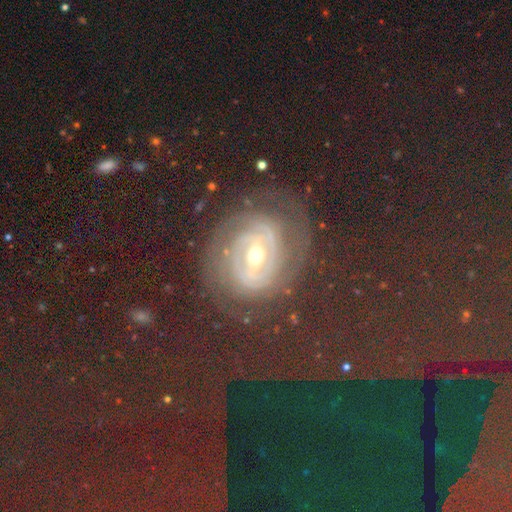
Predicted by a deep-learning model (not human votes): Q: Smooth or featured?
A: star or artifact (39%); tied with: featured or disk (39%)